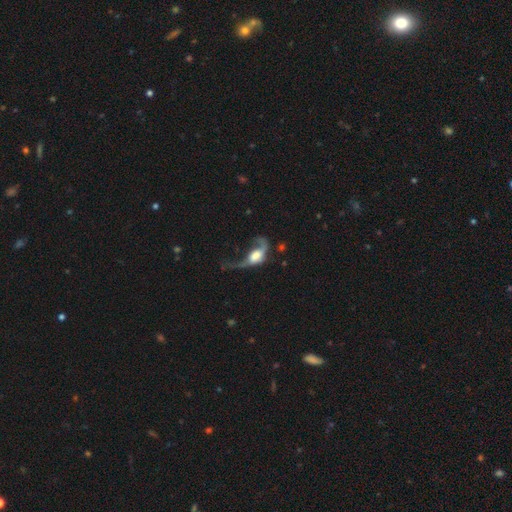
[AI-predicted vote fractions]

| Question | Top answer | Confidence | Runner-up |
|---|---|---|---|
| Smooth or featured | featured or disk | 54% | smooth (37%) |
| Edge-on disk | no | 86% | yes (14%) |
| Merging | major disturbance | 63% | none (15%) |